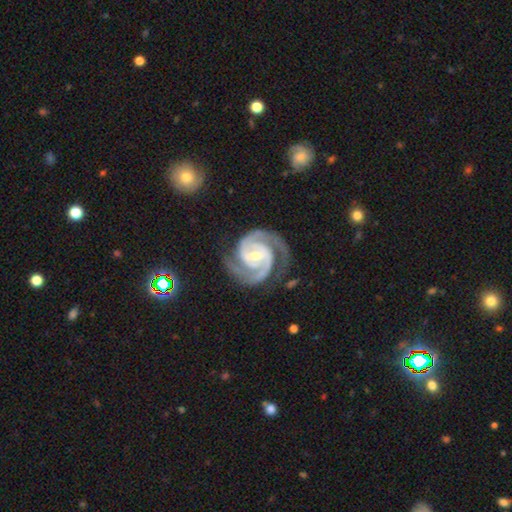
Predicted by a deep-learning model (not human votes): Smooth or featured? Predicted: featured or disk (p=0.94). Edge-on disk? Predicted: no (p=0.98). Bar? Predicted: weak (p=0.45). Spiral arms? Predicted: yes (p=0.99). Spiral winding? Predicted: tight (p=0.61). Spiral arm count? Predicted: 2 (p=0.87). Bulge size? Predicted: moderate (p=0.49). Merging? Predicted: none (p=0.78).